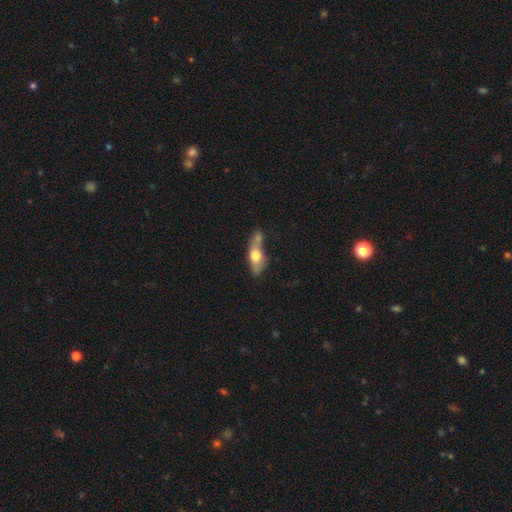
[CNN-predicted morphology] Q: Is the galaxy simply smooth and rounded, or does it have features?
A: smooth — 58%.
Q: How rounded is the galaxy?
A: in between — 66%.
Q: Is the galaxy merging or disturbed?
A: none — 39%.